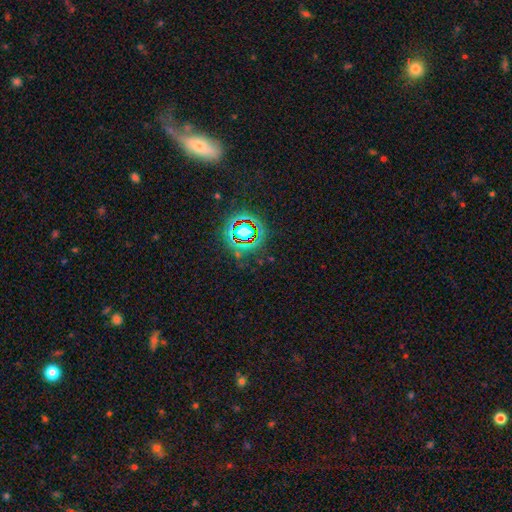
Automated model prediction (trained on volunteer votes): This is likely a star or artifact rather than a galaxy (65%).